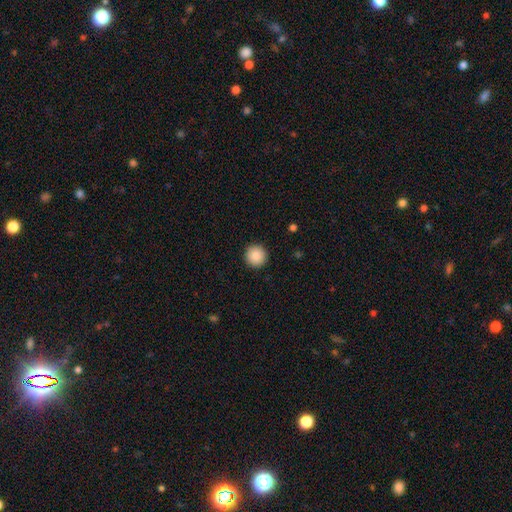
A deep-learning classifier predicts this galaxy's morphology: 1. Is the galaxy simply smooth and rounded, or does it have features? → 89% smooth, 8% star or artifact, 3% featured or disk.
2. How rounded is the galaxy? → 96% round, 3% in between, 1% cigar-shaped.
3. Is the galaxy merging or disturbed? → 93% none, 4% minor disturbance, 2% major disturbance, 1% merger.